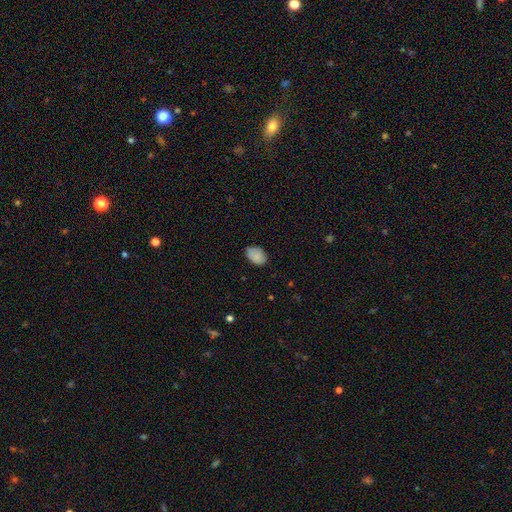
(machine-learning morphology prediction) A smooth galaxy with no disk features (88%) that is in between round and cigar-shaped (82%). Merging: none (79%).